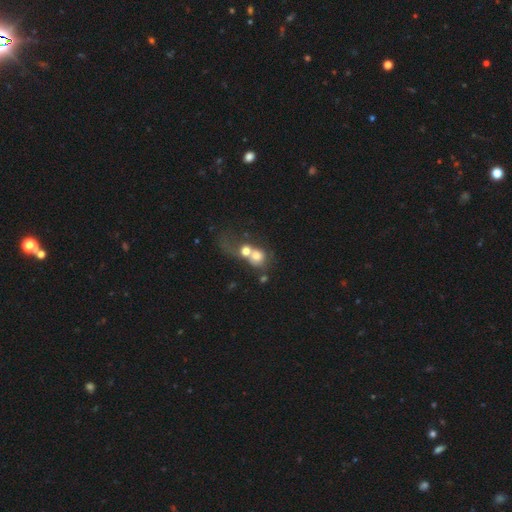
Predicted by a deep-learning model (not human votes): The model was most divided on "smooth or featured": smooth: 62%, featured or disk: 27%, star or artifact: 11%. More confident: merging — merger (74%); how rounded — round (70%).